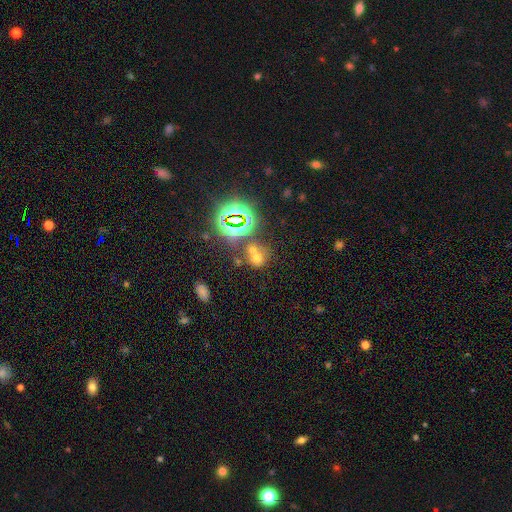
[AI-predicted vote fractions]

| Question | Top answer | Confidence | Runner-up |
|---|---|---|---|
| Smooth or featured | smooth | 52% | star or artifact (34%) |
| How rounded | round | 77% | in between (22%) |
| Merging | none | 45% | merger (42%) |